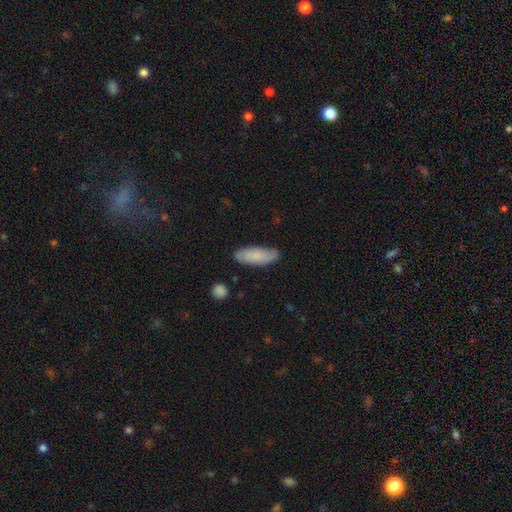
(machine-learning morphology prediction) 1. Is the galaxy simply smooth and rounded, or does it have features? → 74% smooth, 19% featured or disk, 6% star or artifact.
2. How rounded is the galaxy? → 68% in between, 30% cigar-shaped, 2% round.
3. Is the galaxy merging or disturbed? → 79% none, 16% minor disturbance, 3% major disturbance, 2% merger.